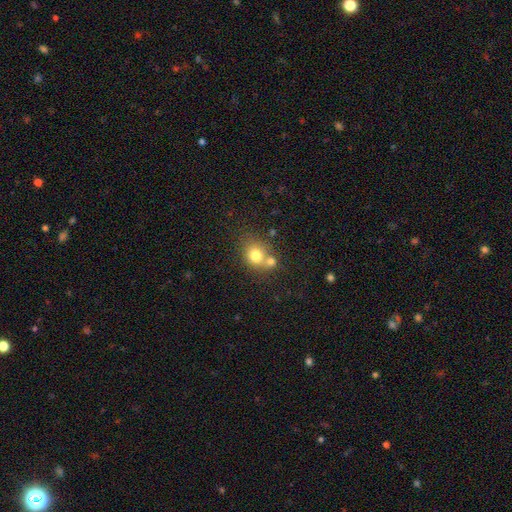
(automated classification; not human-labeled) smooth-or-featured: smooth: 76% | featured or disk: 12% | star or artifact: 12%
  how-rounded: round: 71% | in between: 28% | cigar-shaped: 1%
  merging: none: 44% | merger: 42% | minor disturbance: 10% | major disturbance: 4%